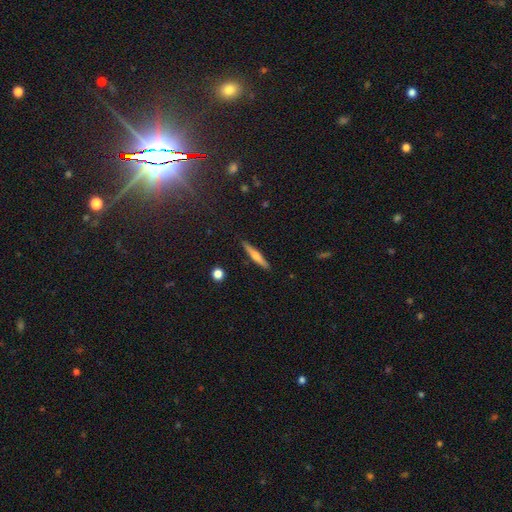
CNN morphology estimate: Smooth or featured? featured or disk (47%)
Merging? none (90%)